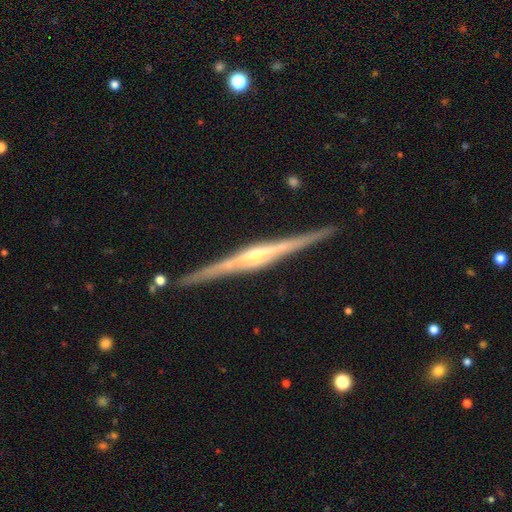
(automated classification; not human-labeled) Smooth or featured? featured or disk (89%)
Edge-on disk? yes (98%)
Edge-on bulge? rounded (69%)
Merging? none (91%)